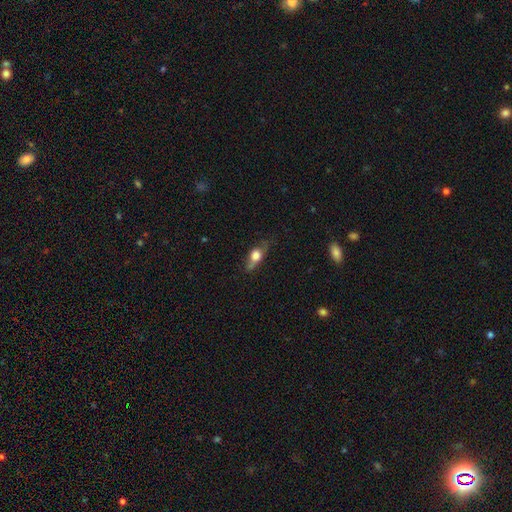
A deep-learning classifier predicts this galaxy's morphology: Q: Smooth or featured?
A: smooth (56%); runner-up: featured or disk (35%)
Q: How rounded?
A: in between (54%); runner-up: cigar-shaped (25%)
Q: Merging?
A: none (57%); runner-up: minor disturbance (27%)